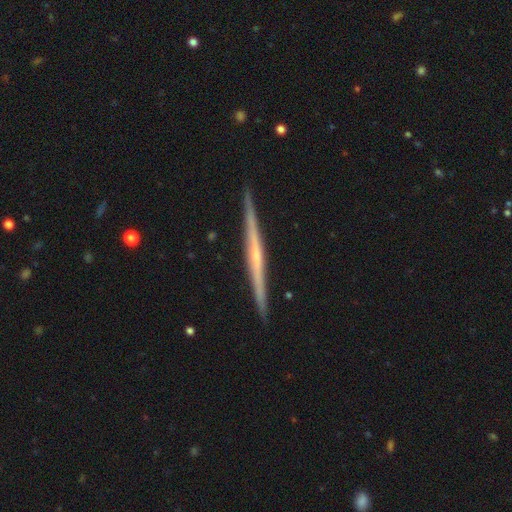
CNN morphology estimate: Smooth or featured?
  - featured or disk: 75% *
  - smooth: 19%
  - star or artifact: 5%
Edge-on disk?
  - yes: 98% *
  - no: 2%
Edge-on bulge?
  - none: 54% *
  - rounded: 38%
  - boxy: 8%
Merging?
  - none: 91% *
  - minor disturbance: 7%
  - major disturbance: 1%
  - merger: 1%